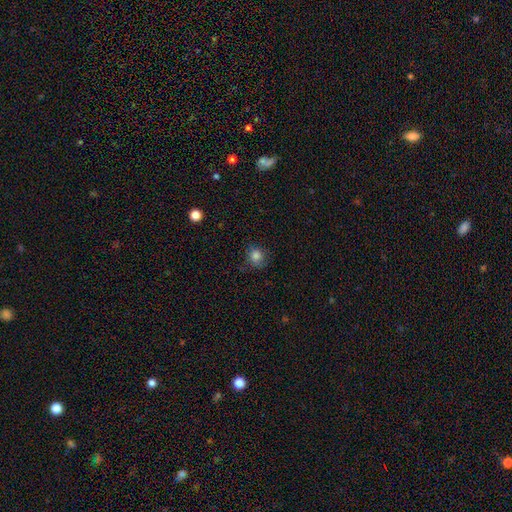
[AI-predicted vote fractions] smooth 83%, star or artifact 12%, featured or disk 5%. Down the decision tree: how rounded — round (86%); merging — none (78%).